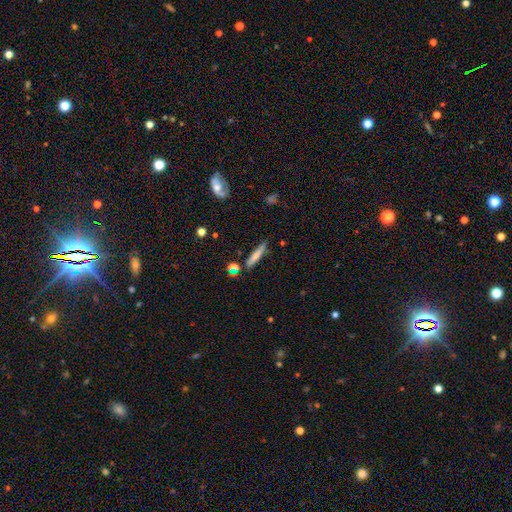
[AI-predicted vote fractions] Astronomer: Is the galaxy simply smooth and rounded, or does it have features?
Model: smooth — 69%.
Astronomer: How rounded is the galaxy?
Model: cigar-shaped — 89%.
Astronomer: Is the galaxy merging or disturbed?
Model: none — 74%.